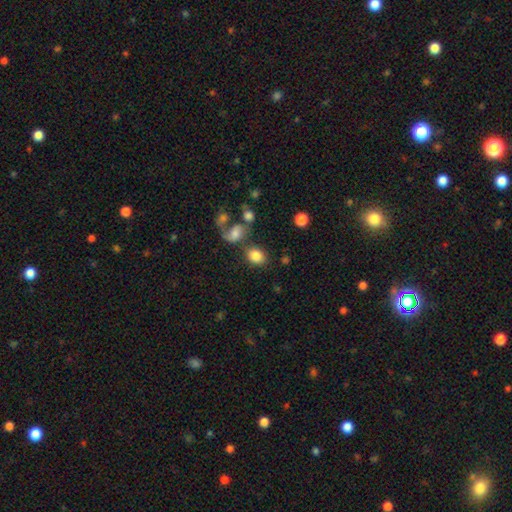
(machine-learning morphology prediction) smooth 82%, featured or disk 9%, star or artifact 9%. Down the decision tree: how rounded — in between (57%); merging — none (65%).